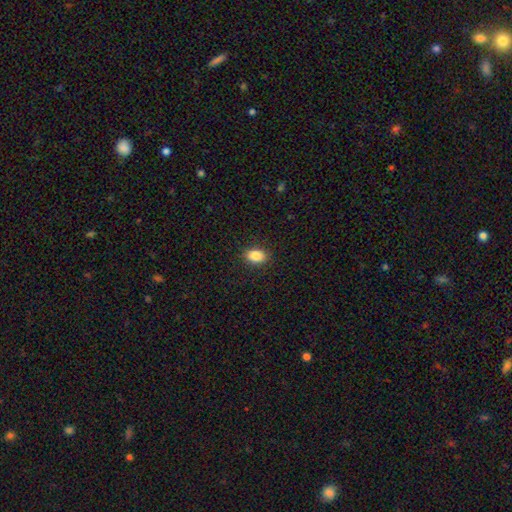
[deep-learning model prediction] This appears to be a smooth galaxy with no disk features (86%) that is in between round and cigar-shaped (81%). Merging: none (89%).